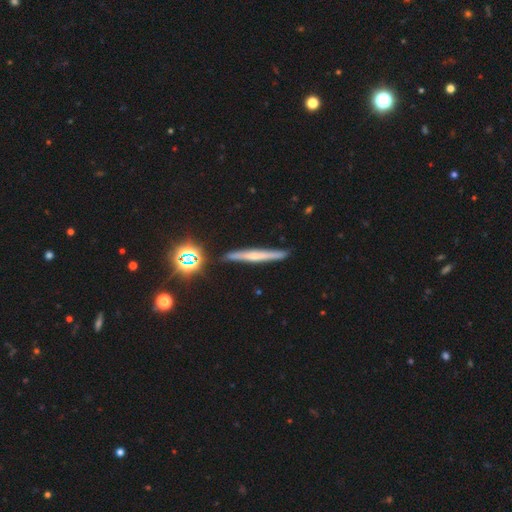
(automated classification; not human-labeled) Smooth or featured? featured or disk (56%)
Edge-on disk? yes (95%)
Edge-on bulge? rounded (57%)
Merging? none (89%)